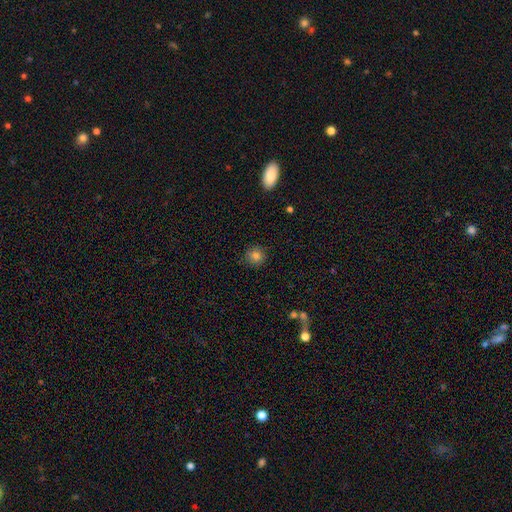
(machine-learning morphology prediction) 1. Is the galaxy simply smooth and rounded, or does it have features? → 82% smooth, 12% star or artifact, 6% featured or disk.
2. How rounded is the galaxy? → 92% round, 7% in between, 1% cigar-shaped.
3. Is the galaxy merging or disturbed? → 88% none, 9% minor disturbance, 2% major disturbance, 1% merger.